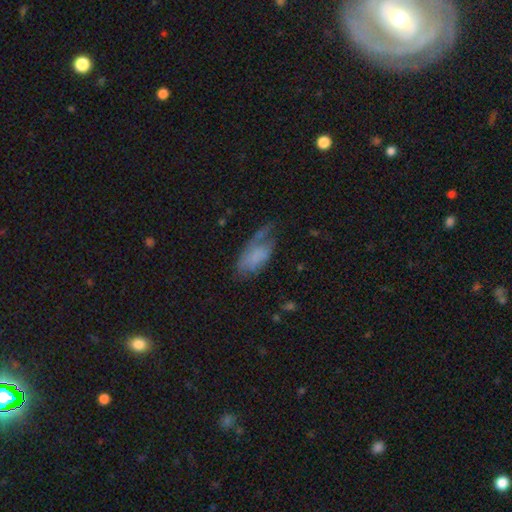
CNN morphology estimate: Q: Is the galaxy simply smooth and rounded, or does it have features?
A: smooth — 60%.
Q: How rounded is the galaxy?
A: in between — 90%.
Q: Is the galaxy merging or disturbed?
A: none — 33%.